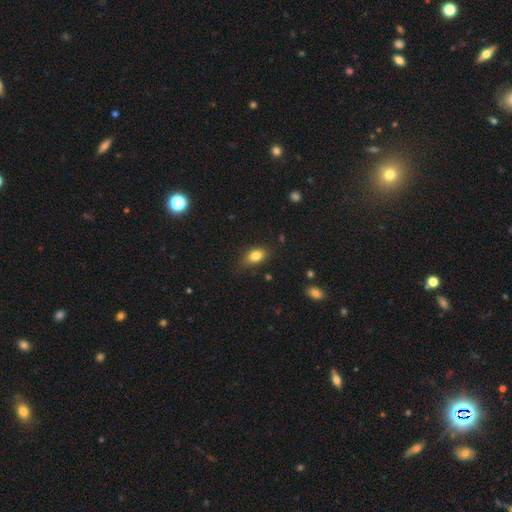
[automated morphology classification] Q: Smooth or featured?
A: smooth (83%); runner-up: star or artifact (9%)
Q: How rounded?
A: in between (84%); runner-up: round (13%)
Q: Merging?
A: none (73%); runner-up: minor disturbance (21%)